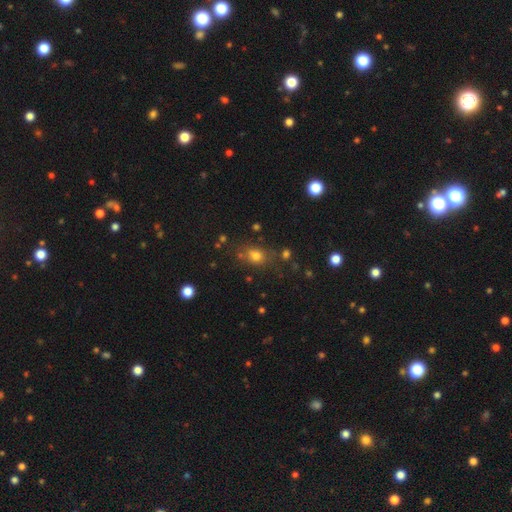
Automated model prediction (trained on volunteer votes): smooth_or_featured: smooth (p=0.73) [alt: star or artifact p=0.17]
how_rounded: in between (p=0.51) [alt: round p=0.47]
merging: none (p=0.70) [alt: minor disturbance p=0.15]